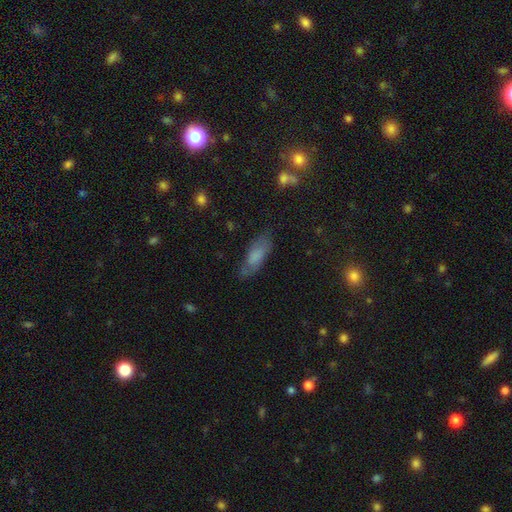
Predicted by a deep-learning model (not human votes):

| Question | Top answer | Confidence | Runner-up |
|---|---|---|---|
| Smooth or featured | smooth | 67% | featured or disk (24%) |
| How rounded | in between | 71% | cigar-shaped (27%) |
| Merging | none | 66% | minor disturbance (24%) |